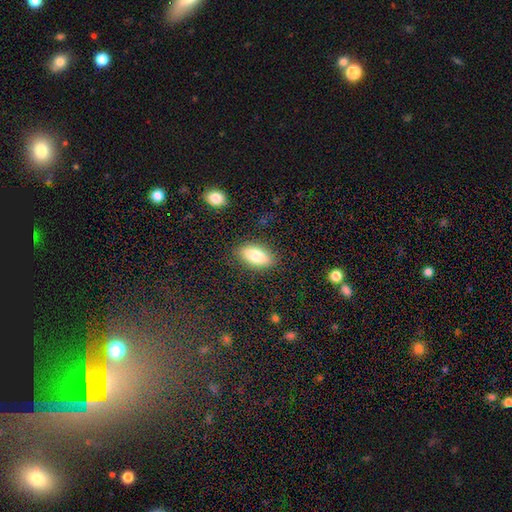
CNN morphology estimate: Smooth or featured?
  - smooth: 79% *
  - featured or disk: 14%
  - star or artifact: 7%
How rounded?
  - in between: 87% *
  - cigar-shaped: 9%
  - round: 4%
Merging?
  - none: 85% *
  - minor disturbance: 11%
  - major disturbance: 3%
  - merger: 2%